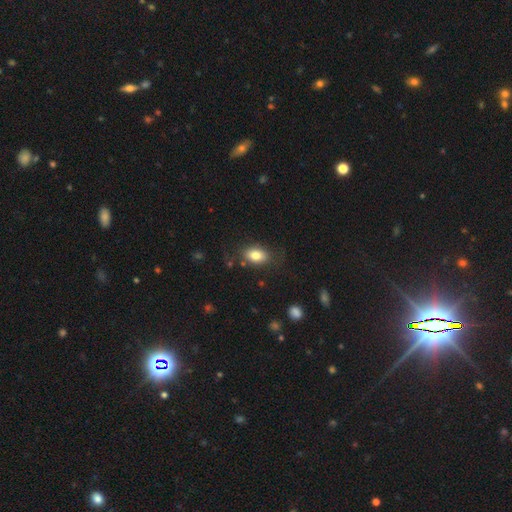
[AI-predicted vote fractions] Q: Smooth or featured?
A: smooth (81%); runner-up: featured or disk (11%)
Q: How rounded?
A: in between (87%); runner-up: round (11%)
Q: Merging?
A: none (78%); runner-up: minor disturbance (15%)